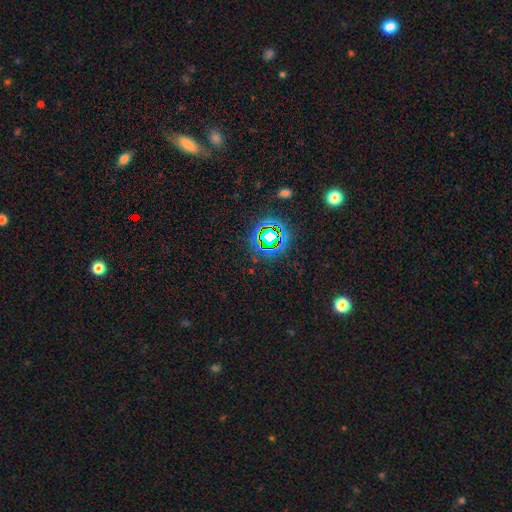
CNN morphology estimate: This is possibly a star or artifact rather than a galaxy (52%).